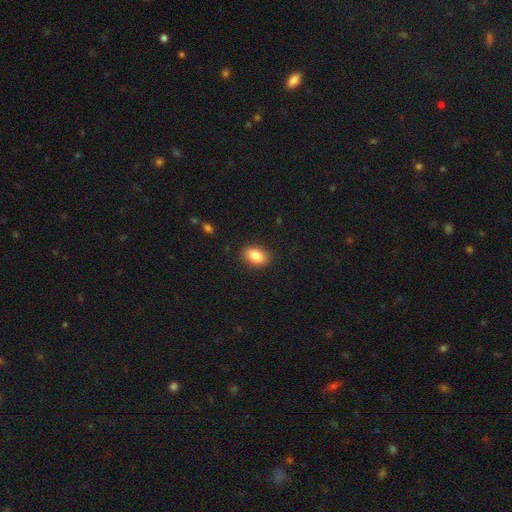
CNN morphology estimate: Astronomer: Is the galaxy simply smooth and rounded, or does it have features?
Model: smooth — 84%.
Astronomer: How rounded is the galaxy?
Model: in between — 84%.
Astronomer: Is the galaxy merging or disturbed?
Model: none — 87%.